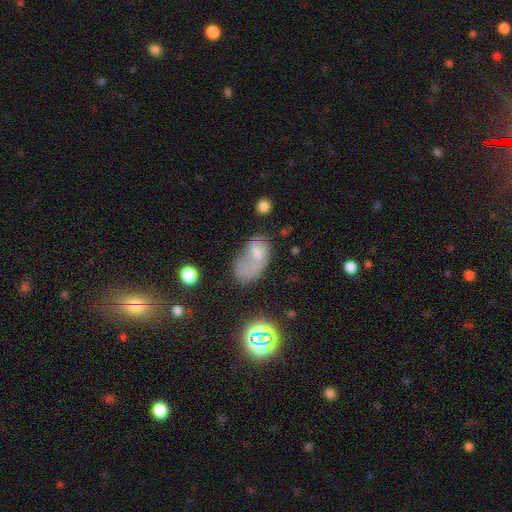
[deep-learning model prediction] Q: Smooth or featured?
A: smooth (53%); runner-up: featured or disk (32%)
Q: How rounded?
A: in between (84%); runner-up: round (13%)
Q: Merging?
A: major disturbance (36%); runner-up: none (26%)